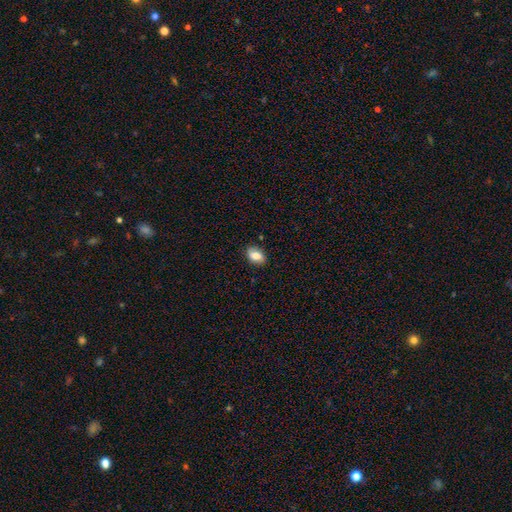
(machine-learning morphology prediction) A smooth galaxy with no disk features (78%) that is in between round and cigar-shaped (85%). Merging: none (85%).